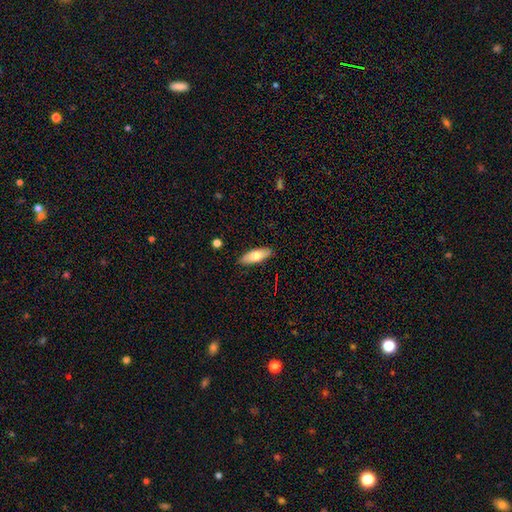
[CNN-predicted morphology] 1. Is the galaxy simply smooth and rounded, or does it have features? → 70% smooth, 24% featured or disk, 6% star or artifact.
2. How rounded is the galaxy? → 72% in between, 26% cigar-shaped, 2% round.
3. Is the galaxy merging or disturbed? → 88% none, 9% minor disturbance, 2% major disturbance, 1% merger.